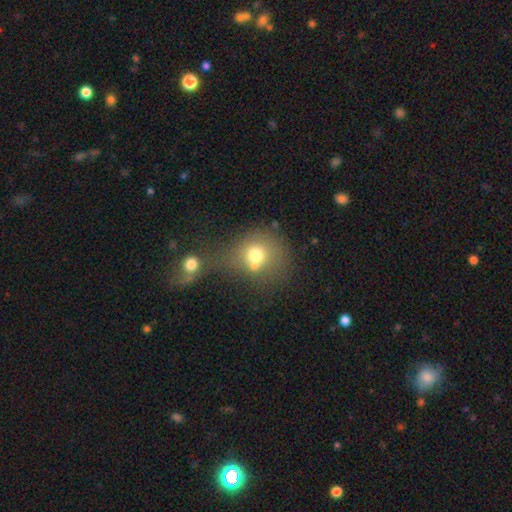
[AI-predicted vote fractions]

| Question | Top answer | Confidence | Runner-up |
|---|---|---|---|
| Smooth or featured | smooth | 70% | featured or disk (17%) |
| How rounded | round | 75% | in between (24%) |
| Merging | merger | 44% | none (31%) |